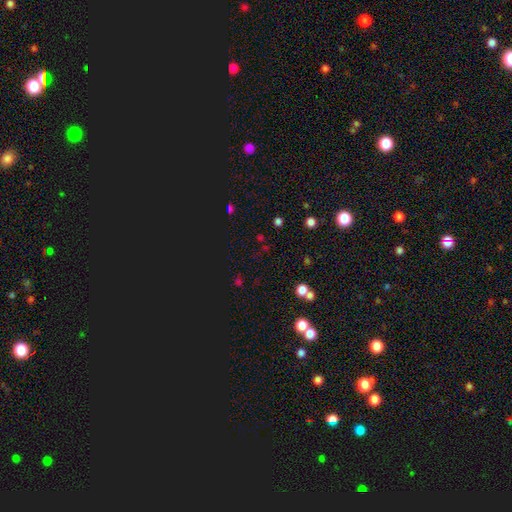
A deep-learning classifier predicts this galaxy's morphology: A star or artifact, not a galaxy (58%).

Vote fractions:
- Smooth or featured? star or artifact: 58% / smooth: 35% / featured or disk: 7%